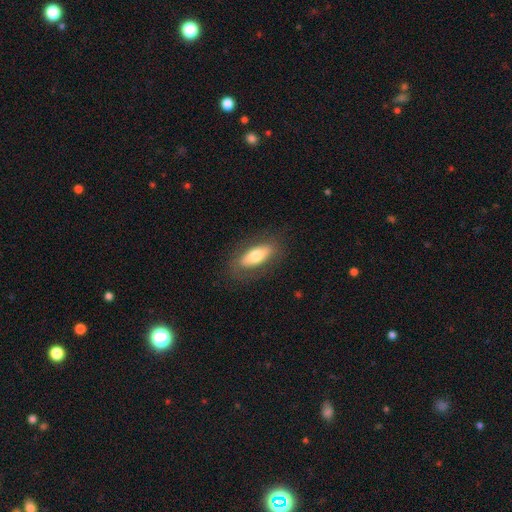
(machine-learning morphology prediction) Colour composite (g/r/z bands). It shows a smooth galaxy with no disk features (66%) that is in between round and cigar-shaped (75%). Merging: none (83%).